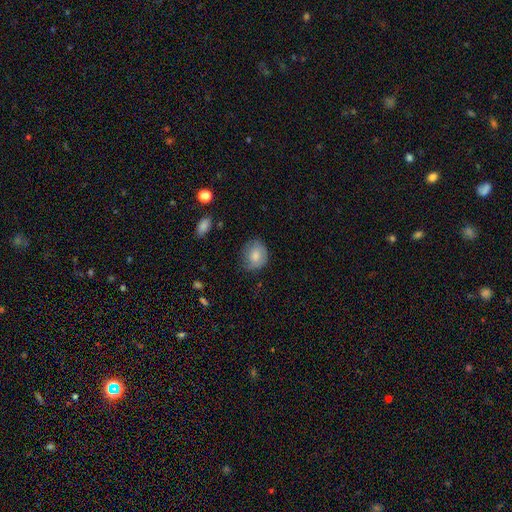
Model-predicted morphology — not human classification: Overall: smooth (76%). How rounded: round (70%). Merging: none (68%).